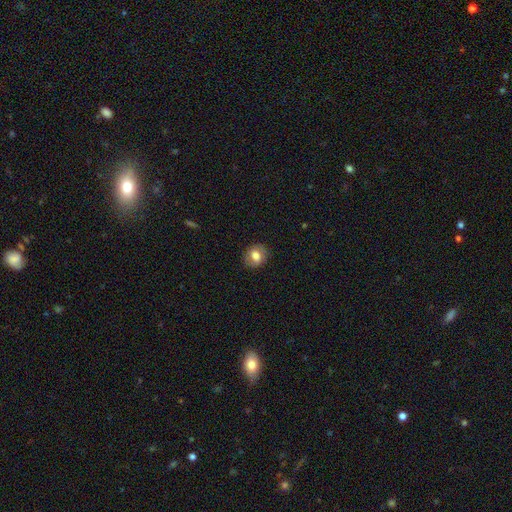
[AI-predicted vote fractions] Q: Smooth or featured?
A: smooth (71%); runner-up: featured or disk (21%)
Q: How rounded?
A: round (56%); runner-up: in between (43%)
Q: Merging?
A: none (84%); runner-up: minor disturbance (11%)